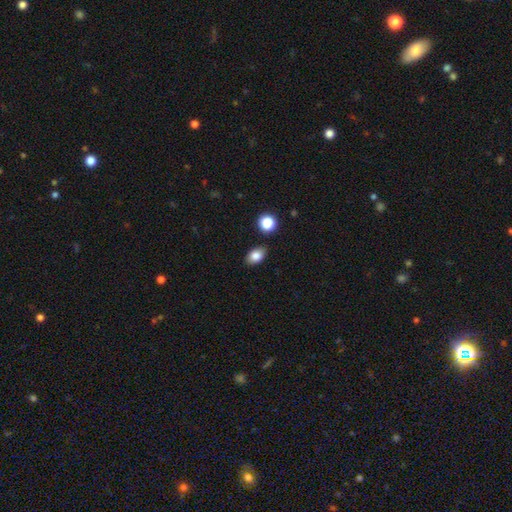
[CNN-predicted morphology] A smooth galaxy with no disk features (83%) that is in between round and cigar-shaped (84%). Merging: none (85%).